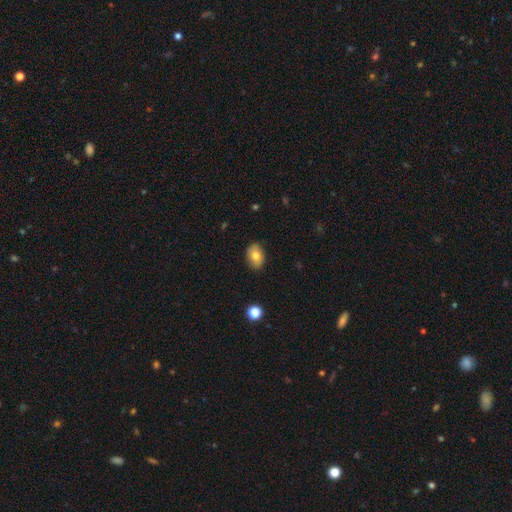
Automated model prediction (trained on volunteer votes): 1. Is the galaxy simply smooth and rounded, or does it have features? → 75% smooth, 16% featured or disk, 9% star or artifact.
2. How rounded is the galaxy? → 80% in between, 19% round, 1% cigar-shaped.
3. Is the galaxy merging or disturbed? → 85% none, 11% minor disturbance, 2% major disturbance, 1% merger.